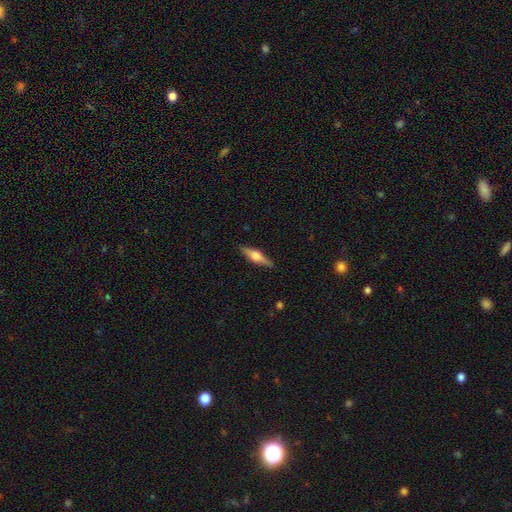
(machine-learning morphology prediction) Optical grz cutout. It shows a featured or disk galaxy (65%) viewed edge-on (97%) with a rounded central bulge (90%). Merging: none (89%).